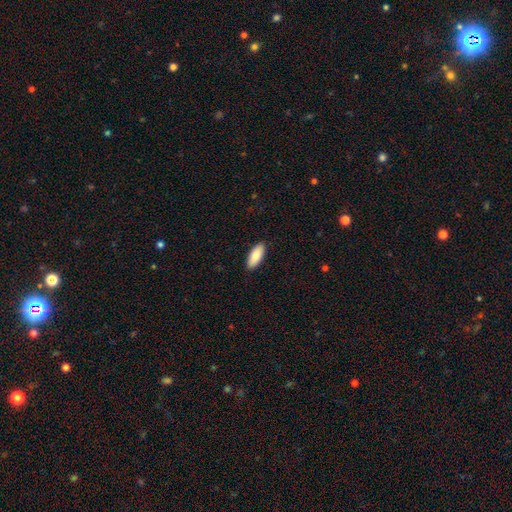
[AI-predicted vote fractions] Smooth or featured? Predicted: smooth (p=0.86). How rounded? Predicted: in between (p=0.80). Merging? Predicted: none (p=0.90).